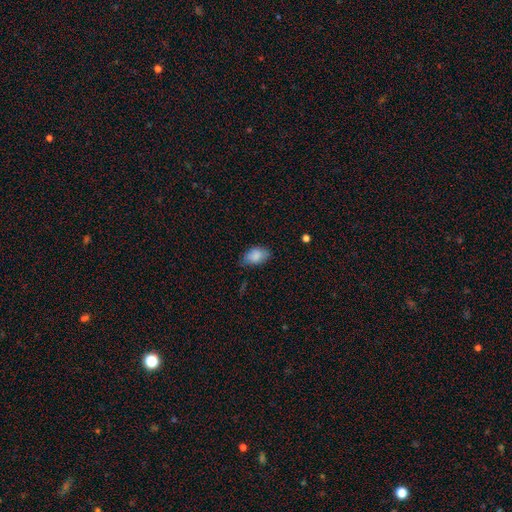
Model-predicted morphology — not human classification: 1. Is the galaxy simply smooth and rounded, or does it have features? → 85% smooth, 7% featured or disk, 7% star or artifact.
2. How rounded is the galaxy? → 91% in between, 8% round, 2% cigar-shaped.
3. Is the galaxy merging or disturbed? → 72% none, 22% minor disturbance, 4% major disturbance, 1% merger.